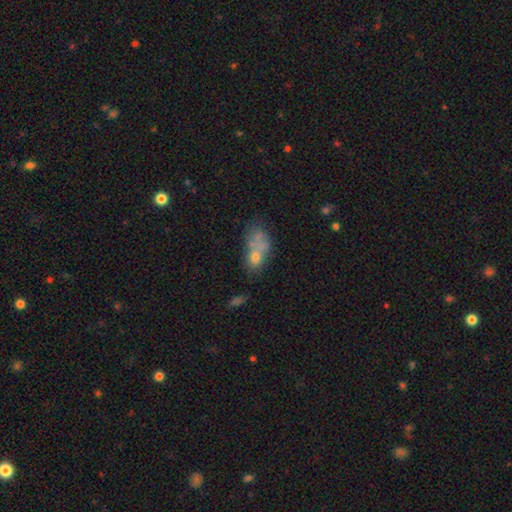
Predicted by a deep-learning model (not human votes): smooth 54%, featured or disk 30%, star or artifact 16%. Down the decision tree: how rounded — in between (79%); merging — none (30%).